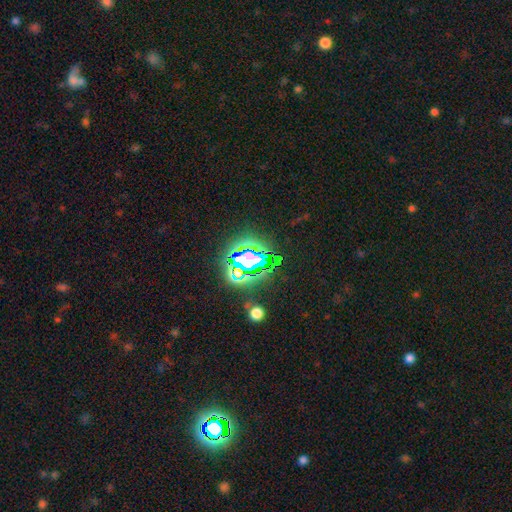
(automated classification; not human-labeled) The model was most divided on "smooth or featured": star or artifact: 72%, smooth: 17%, featured or disk: 12%.